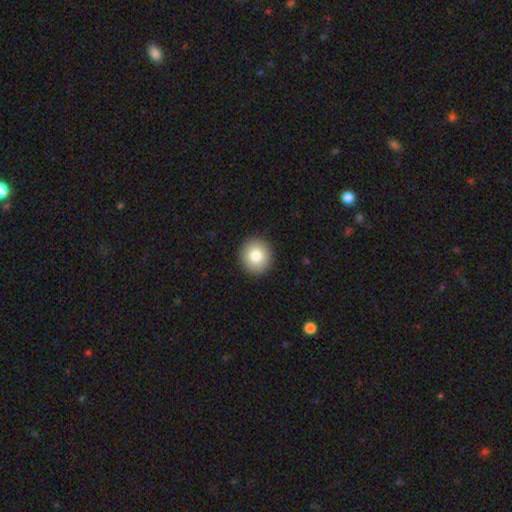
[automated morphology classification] A smooth galaxy with no disk features (82%) that is round (89%). Merging: none (92%).